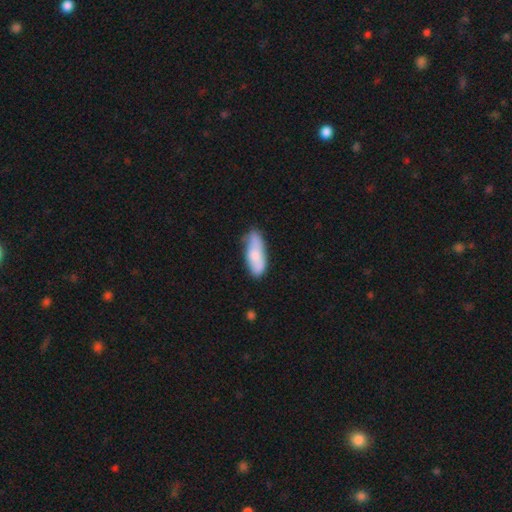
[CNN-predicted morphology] This appears to be a smooth galaxy with no disk features (75%) that is in between round and cigar-shaped (63%). Merging: none (65%).